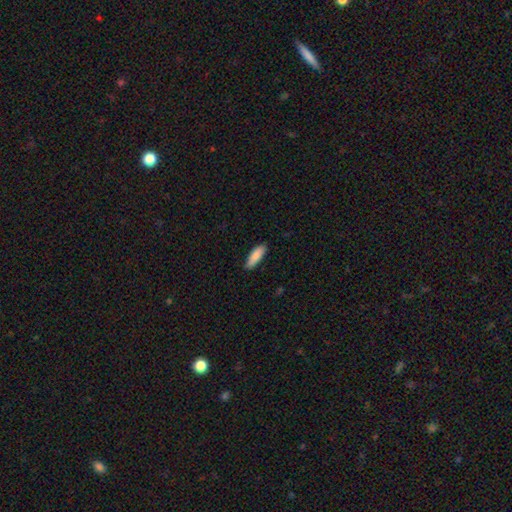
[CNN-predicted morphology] Smooth or featured?
  - smooth: 88% *
  - featured or disk: 6%
  - star or artifact: 6%
How rounded?
  - in between: 55% *
  - cigar-shaped: 43%
  - round: 1%
Merging?
  - none: 83% *
  - minor disturbance: 14%
  - major disturbance: 2%
  - merger: 1%